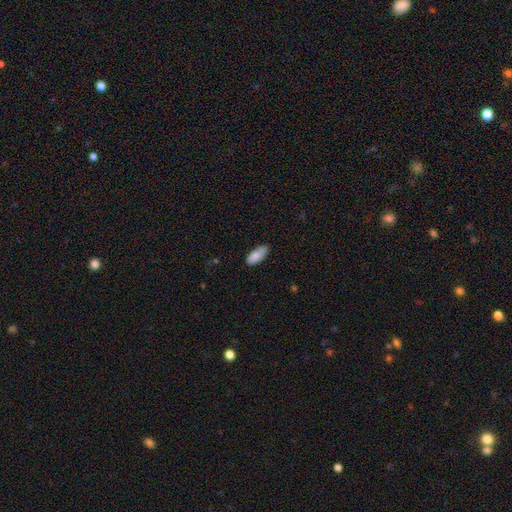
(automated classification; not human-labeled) Morphology: type=smooth (86%); roundness=in between (85%); merging=none (74%).